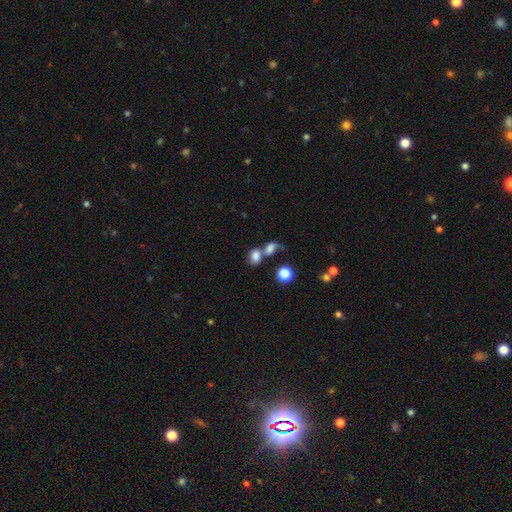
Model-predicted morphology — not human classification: The model was most divided on "merging": merger: 50%, none: 31%, minor disturbance: 10%, major disturbance: 8%. More confident: smooth or featured — smooth (79%); how rounded — in between (61%).